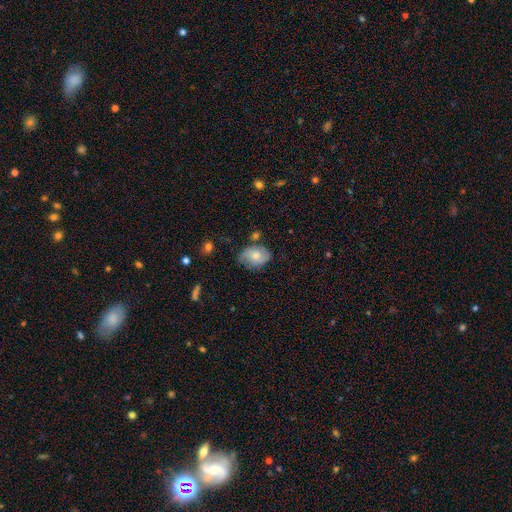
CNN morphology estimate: Smooth or featured?
  - smooth: 55% *
  - featured or disk: 38%
  - star or artifact: 8%
How rounded?
  - in between: 69% *
  - round: 30%
  - cigar-shaped: 1%
Merging?
  - none: 57% *
  - minor disturbance: 30%
  - major disturbance: 9%
  - merger: 5%